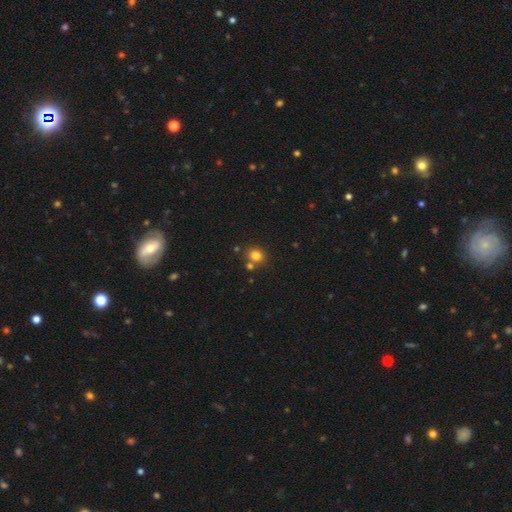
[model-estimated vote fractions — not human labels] Overall: smooth (80%). How rounded: round (78%). Merging: none (69%).